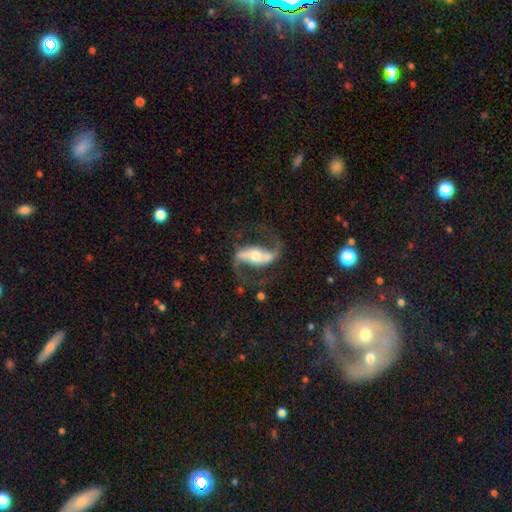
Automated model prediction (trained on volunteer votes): Q: Smooth or featured?
A: featured or disk (88%); runner-up: smooth (7%)
Q: Edge-on disk?
A: no (94%); runner-up: yes (6%)
Q: Bar?
A: strong (56%); runner-up: weak (27%)
Q: Spiral arms?
A: yes (95%); runner-up: no (5%)
Q: Spiral winding?
A: loose (53%); runner-up: medium (39%)
Q: Spiral arm count?
A: 2 (93%); runner-up: can't tell (2%)
Q: Bulge size?
A: moderate (57%); runner-up: small (28%)
Q: Merging?
A: none (71%); runner-up: major disturbance (13%)